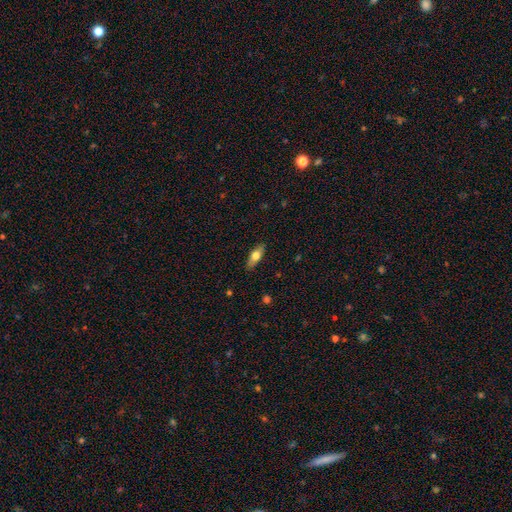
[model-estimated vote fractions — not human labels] Overall: smooth (63%; featured or disk 30%). How rounded: in between (63%; cigar-shaped 34%). Merging: none (87%).